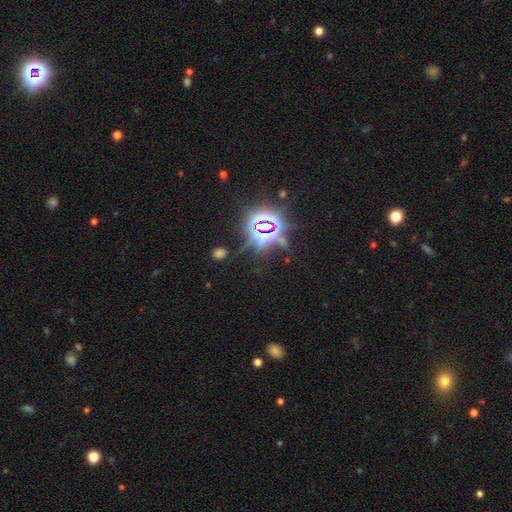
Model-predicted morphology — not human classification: smooth_or_featured: star or artifact (p=0.82) [alt: smooth p=0.11]